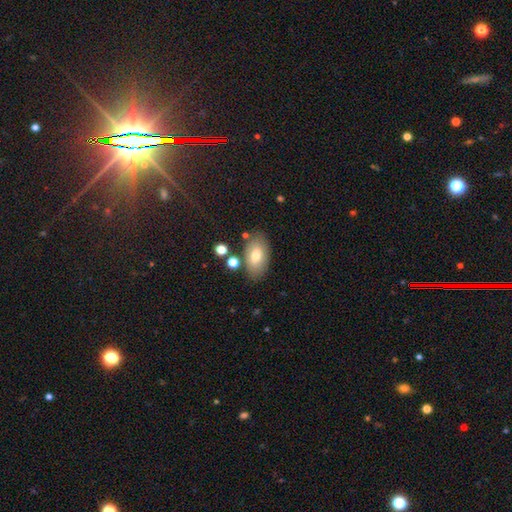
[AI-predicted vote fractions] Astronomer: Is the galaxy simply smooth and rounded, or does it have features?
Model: smooth — 72%.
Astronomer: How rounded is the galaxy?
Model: in between — 92%.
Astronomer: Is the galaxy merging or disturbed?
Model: none — 78%.